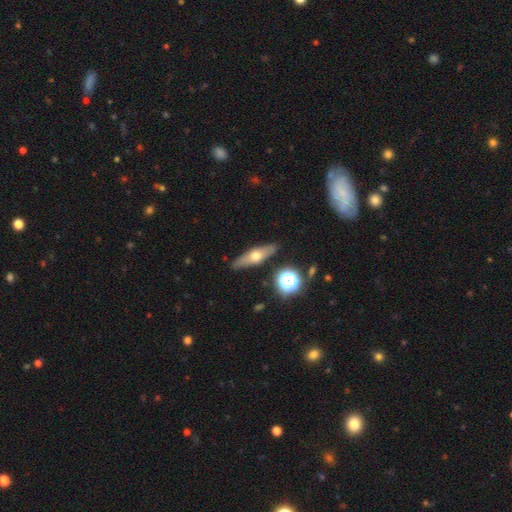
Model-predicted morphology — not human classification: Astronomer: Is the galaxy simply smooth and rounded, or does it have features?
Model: featured or disk — 48% (runner-up: smooth, 43%).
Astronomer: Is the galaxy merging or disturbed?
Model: none — 86%.